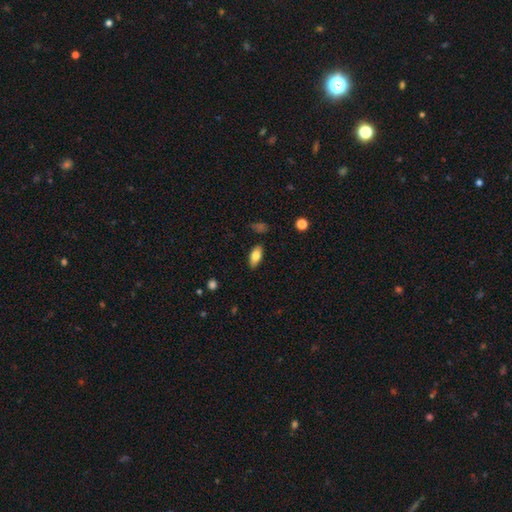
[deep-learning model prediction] A smooth galaxy with no disk features (79%) that is in between round and cigar-shaped (87%). Merging: none (83%).